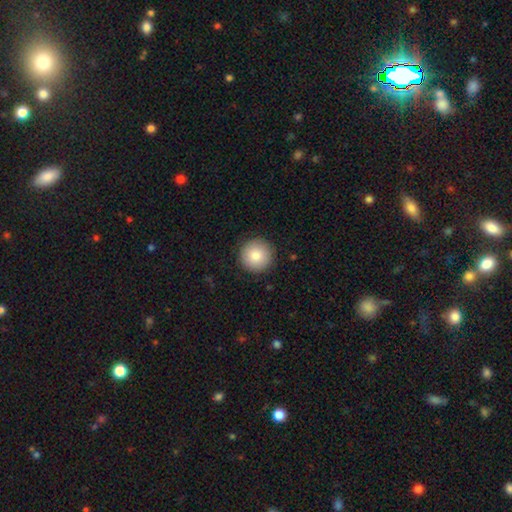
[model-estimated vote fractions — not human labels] This appears to be a smooth galaxy with no disk features (85%) that is round (96%). Merging: none (91%).